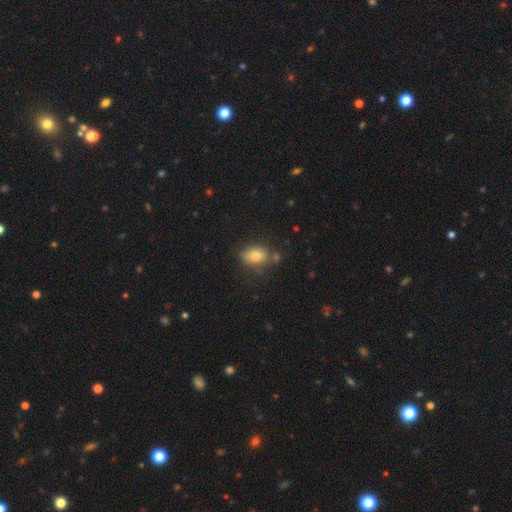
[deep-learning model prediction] A smooth galaxy with no disk features (78%) that is in between round and cigar-shaped (79%). Merging: none (68%).